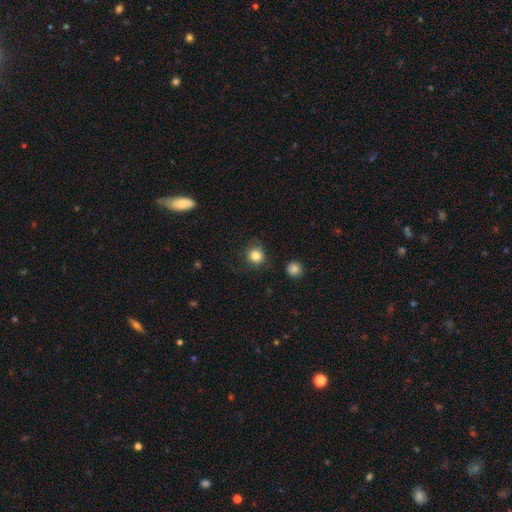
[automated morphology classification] This is clearly a smooth galaxy (84%). How rounded: clearly round (90%). Merging: clearly none (83%).